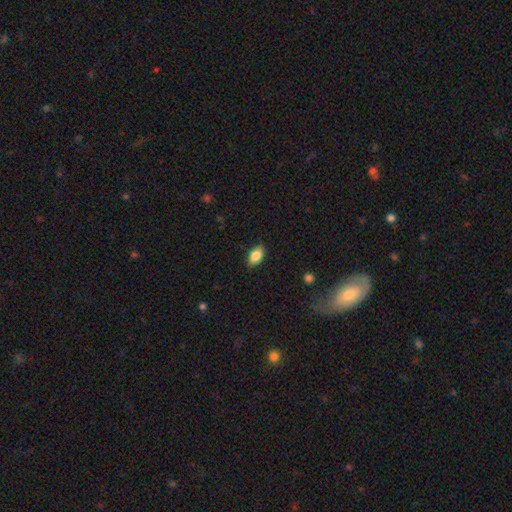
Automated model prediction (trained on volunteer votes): This appears to be a smooth galaxy with no disk features (83%) that is in between round and cigar-shaped (89%). Merging: none (84%).